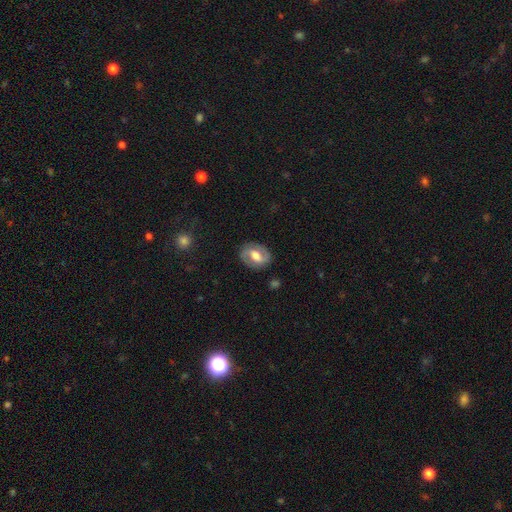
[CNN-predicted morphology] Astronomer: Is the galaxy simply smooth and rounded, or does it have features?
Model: featured or disk — 66%.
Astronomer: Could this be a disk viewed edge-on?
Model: no — 96%.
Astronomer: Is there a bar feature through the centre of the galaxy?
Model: weak — 45% (runner-up: strong, 33%).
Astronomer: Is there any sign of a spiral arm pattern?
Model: yes — 81%.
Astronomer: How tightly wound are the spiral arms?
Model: medium — 47% (runner-up: tight, 31%).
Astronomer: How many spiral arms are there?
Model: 2 — 88%.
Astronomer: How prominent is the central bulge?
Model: moderate — 61%.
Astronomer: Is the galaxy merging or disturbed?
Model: none — 83%.